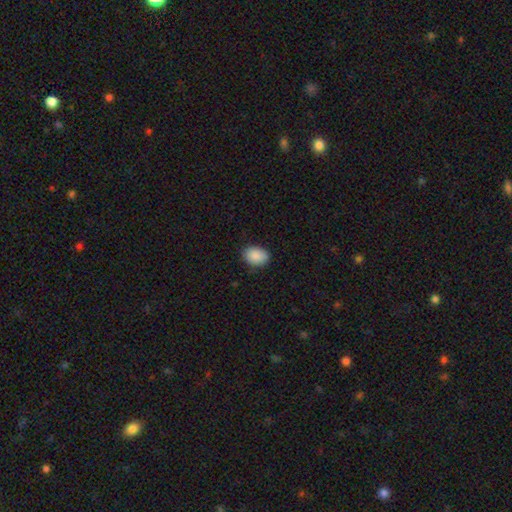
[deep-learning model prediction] Smooth or featured: smooth — 89% (star or artifact — 7%)
How rounded: in between — 76% (round — 23%)
Merging: none — 85% (minor disturbance — 12%)